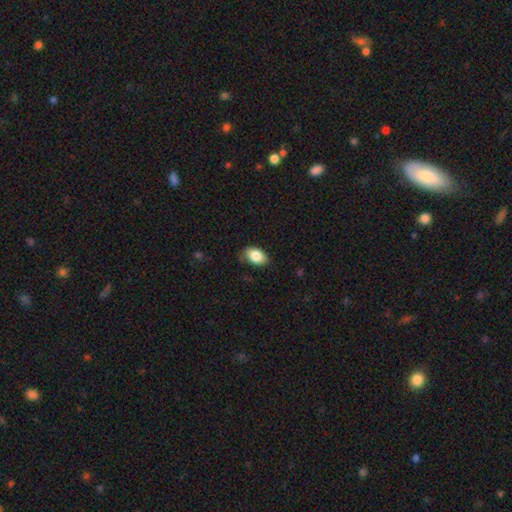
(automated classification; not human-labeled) smooth-or-featured: smooth: 84% | featured or disk: 9% | star or artifact: 7%
  how-rounded: in between: 89% | round: 10% | cigar-shaped: 1%
  merging: none: 77% | minor disturbance: 19% | major disturbance: 3% | merger: 1%